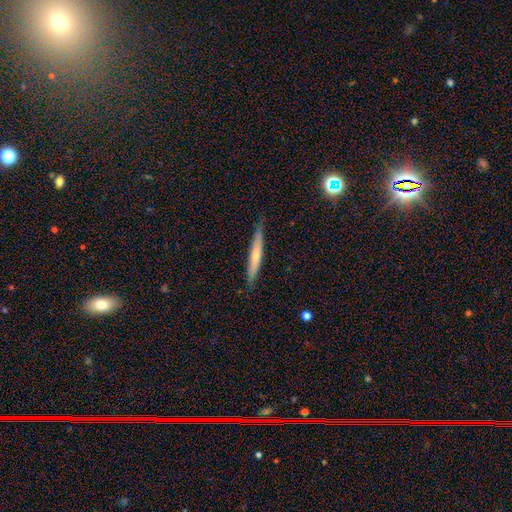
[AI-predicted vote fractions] smooth 53%, featured or disk 41%, star or artifact 6%. Down the decision tree: how rounded — cigar-shaped (94%); merging — none (82%).